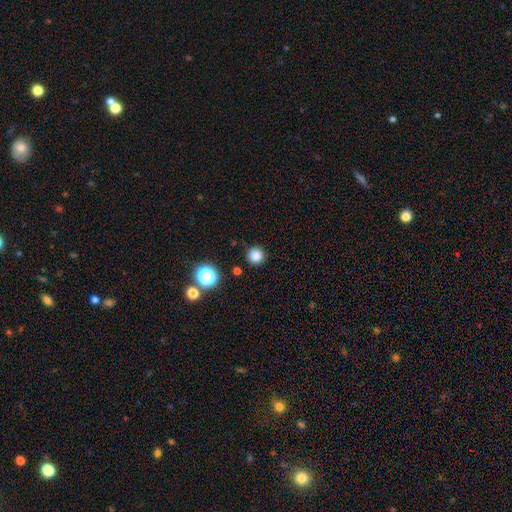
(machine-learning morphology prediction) smooth_or_featured: smooth (p=0.82) [alt: star or artifact p=0.14]
how_rounded: round (p=0.95) [alt: in between p=0.04]
merging: none (p=0.90) [alt: minor disturbance p=0.06]